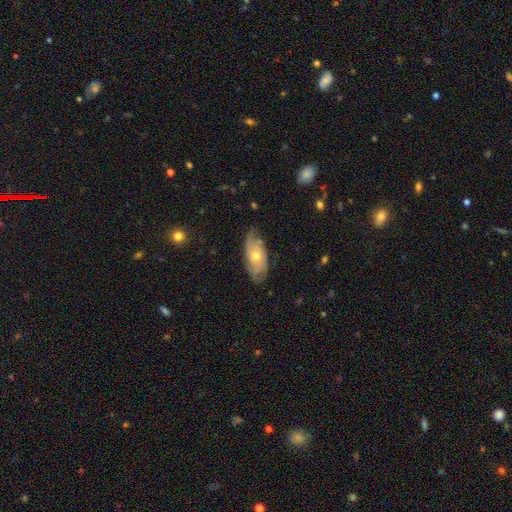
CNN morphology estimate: type=featured or disk (61%); edge-on=no (88%); bar=no (81%); spiral arms=yes (82%); bulge=small (50%); merging=none (70%).